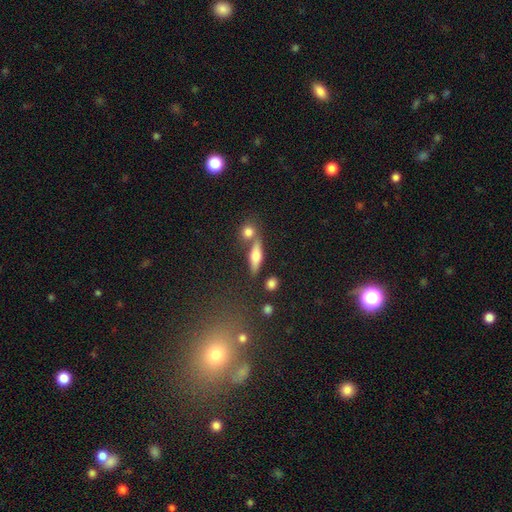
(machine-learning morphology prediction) Smooth or featured? Predicted: smooth (p=0.52). How rounded? Predicted: cigar-shaped (p=0.52). Merging? Predicted: none (p=0.63).